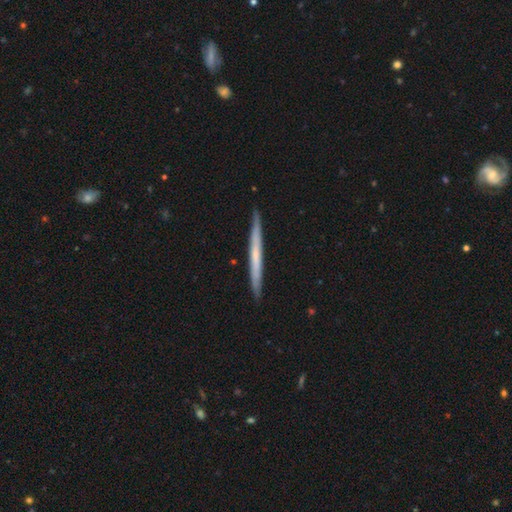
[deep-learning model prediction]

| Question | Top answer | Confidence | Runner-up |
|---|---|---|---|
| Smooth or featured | featured or disk | 49% | smooth (45%) |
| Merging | none | 91% | minor disturbance (6%) |